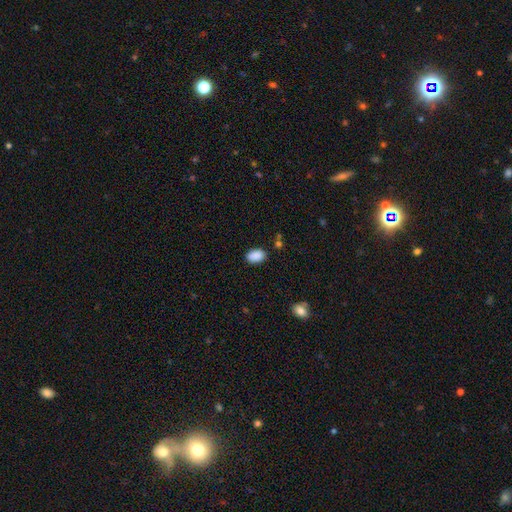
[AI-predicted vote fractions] Overall: smooth (90%). How rounded: in between (89%). Merging: none (84%).